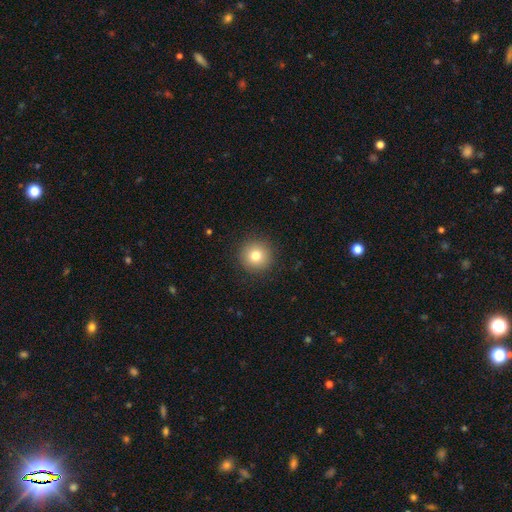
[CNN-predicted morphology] smooth 78%, star or artifact 12%, featured or disk 10%. Down the decision tree: how rounded — round (95%); merging — none (91%).